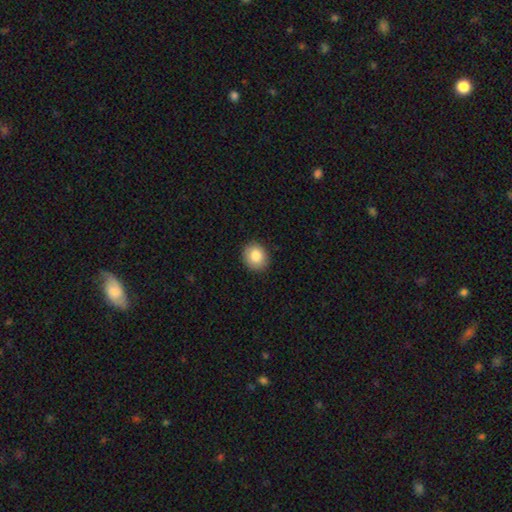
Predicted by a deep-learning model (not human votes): Smooth or featured: smooth — 85% (star or artifact — 8%)
How rounded: round — 67% (in between — 33%)
Merging: none — 90% (minor disturbance — 8%)